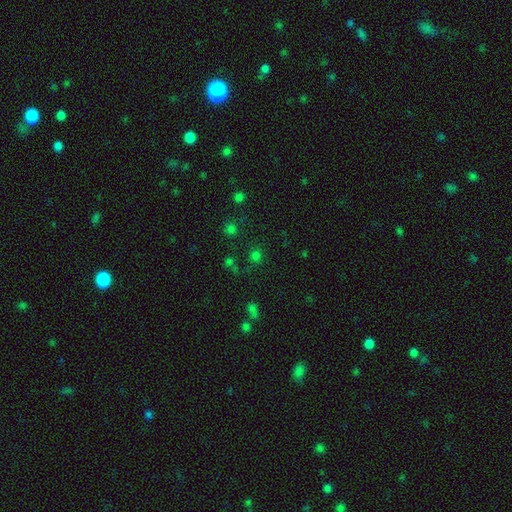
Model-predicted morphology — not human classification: This is likely a smooth galaxy (65%). How rounded: clearly round (88%). Merging: likely none (76%).